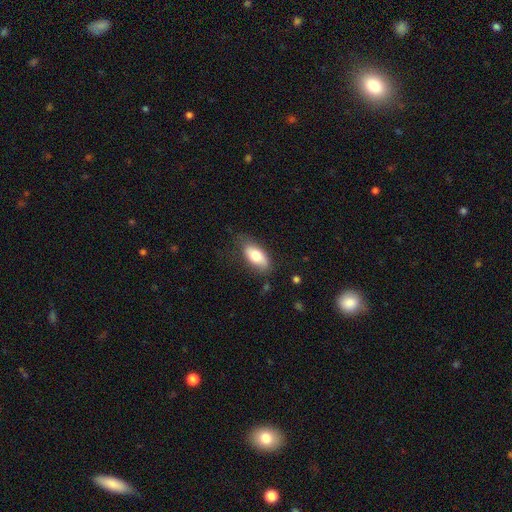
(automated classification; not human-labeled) This is likely a smooth galaxy (75%). How rounded: clearly in between (89%). Merging: likely none (70%).